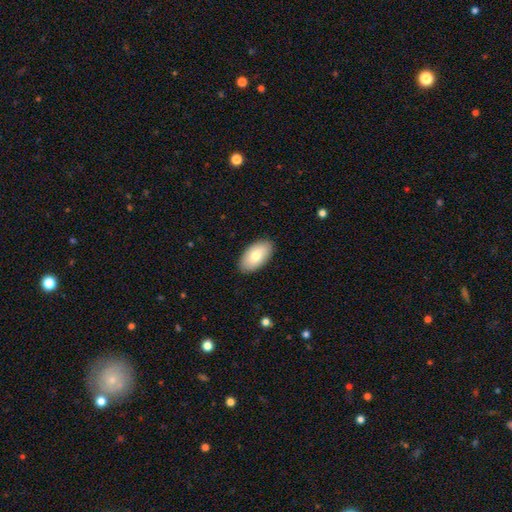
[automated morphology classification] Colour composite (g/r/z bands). It shows a smooth galaxy with no disk features (77%) that is in between round and cigar-shaped (96%). Merging: none (88%).